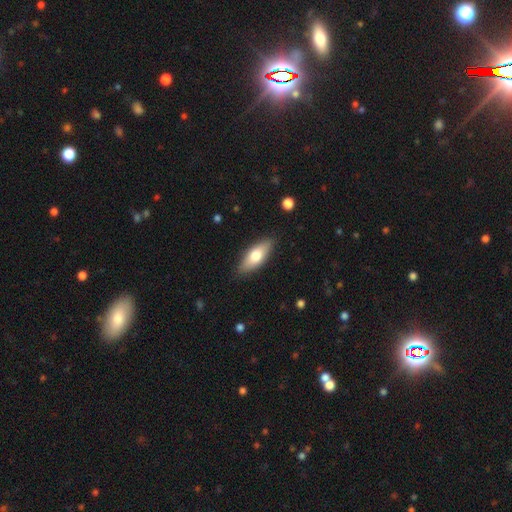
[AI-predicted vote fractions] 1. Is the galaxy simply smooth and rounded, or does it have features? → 68% smooth, 26% featured or disk, 6% star or artifact.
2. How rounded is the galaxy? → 72% in between, 26% cigar-shaped, 3% round.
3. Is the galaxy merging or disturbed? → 87% none, 10% minor disturbance, 2% major disturbance, 1% merger.